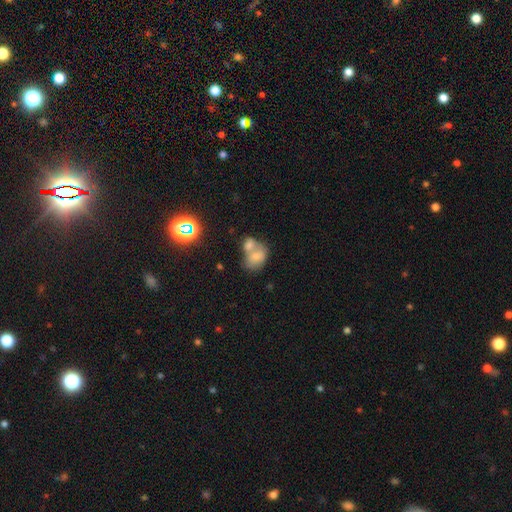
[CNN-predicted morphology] smooth 68%, featured or disk 20%, star or artifact 12%. Down the decision tree: how rounded — in between (65%); merging — merger (67%).